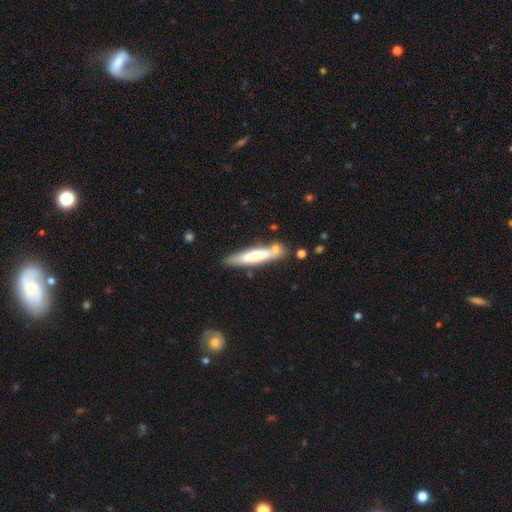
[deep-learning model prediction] Smooth or featured? Predicted: smooth (p=0.60). How rounded? Predicted: cigar-shaped (p=0.86). Merging? Predicted: none (p=0.71).